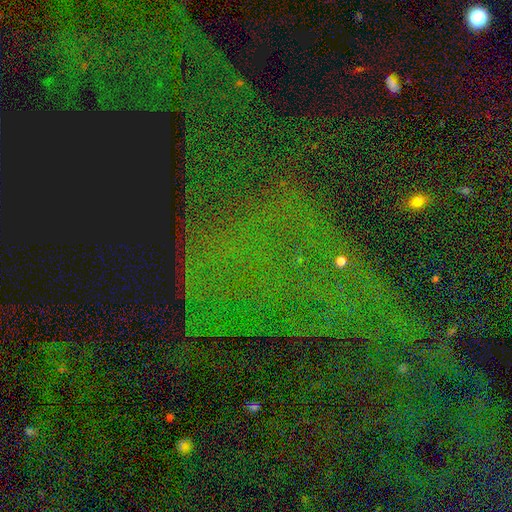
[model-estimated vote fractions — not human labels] Morphology: type=star or artifact (81%).